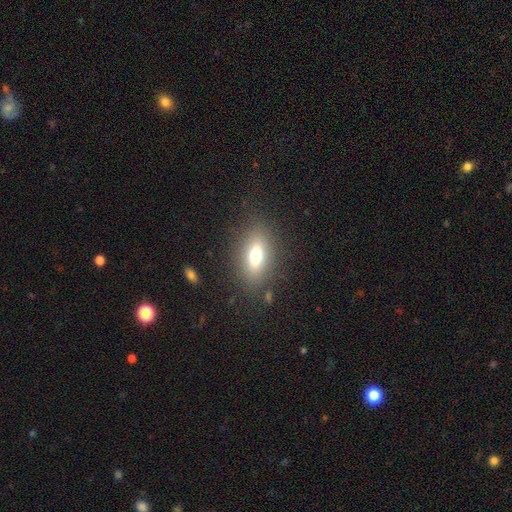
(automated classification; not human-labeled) This is likely a smooth galaxy (69%). How rounded: likely in between (79%). Merging: clearly none (83%).